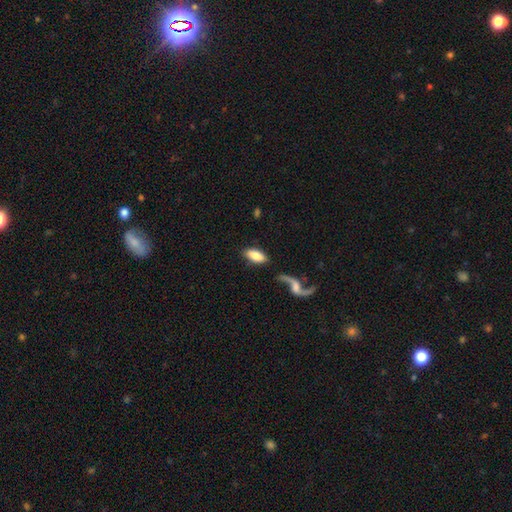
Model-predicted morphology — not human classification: Smooth or featured?
  - smooth: 77% *
  - featured or disk: 17%
  - star or artifact: 6%
How rounded?
  - in between: 90% *
  - cigar-shaped: 7%
  - round: 3%
Merging?
  - none: 73% *
  - minor disturbance: 13%
  - merger: 8%
  - major disturbance: 5%